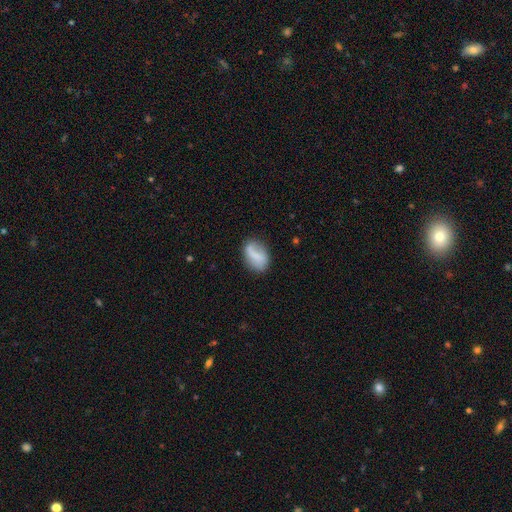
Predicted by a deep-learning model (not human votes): Morphology: type=smooth (67%); roundness=in between (83%); merging=none (65%).